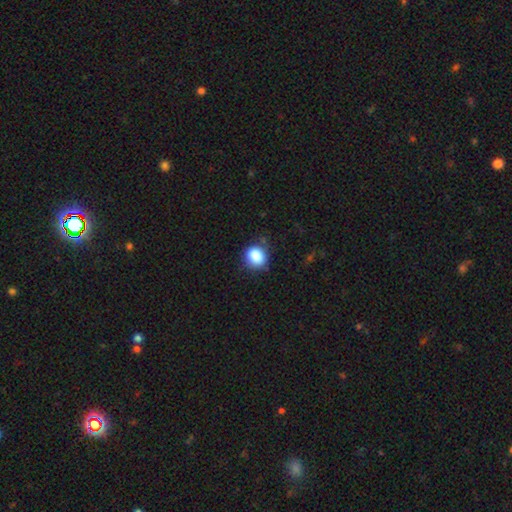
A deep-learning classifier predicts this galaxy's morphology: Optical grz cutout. It shows a smooth galaxy with no disk features (86%) that is round (69%). Merging: none (74%).